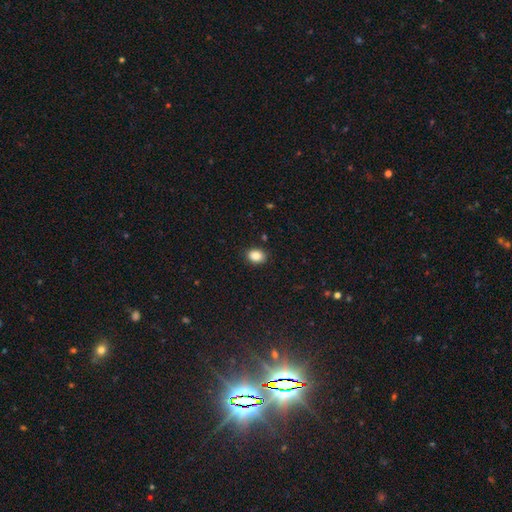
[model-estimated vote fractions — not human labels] A smooth galaxy with no disk features (87%) that is in between round and cigar-shaped (64%).

Vote fractions:
- Smooth or featured? smooth: 87% / star or artifact: 9% / featured or disk: 4%
- How rounded? in between: 64% / round: 35% / cigar-shaped: 1%
- Merging? none: 88% / minor disturbance: 9% / major disturbance: 2% / merger: 1%